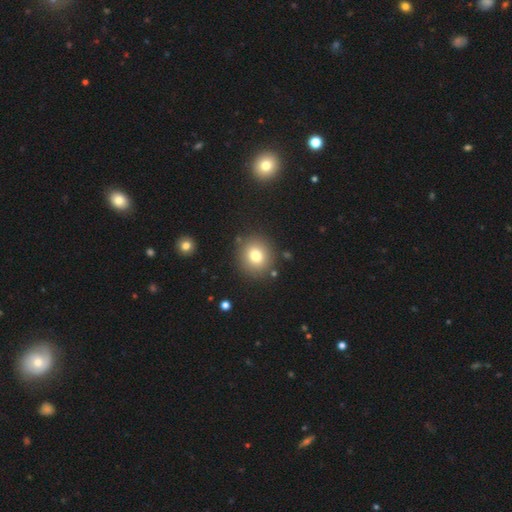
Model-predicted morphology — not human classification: smooth 77%, star or artifact 12%, featured or disk 10%. Down the decision tree: how rounded — round (83%); merging — none (87%).